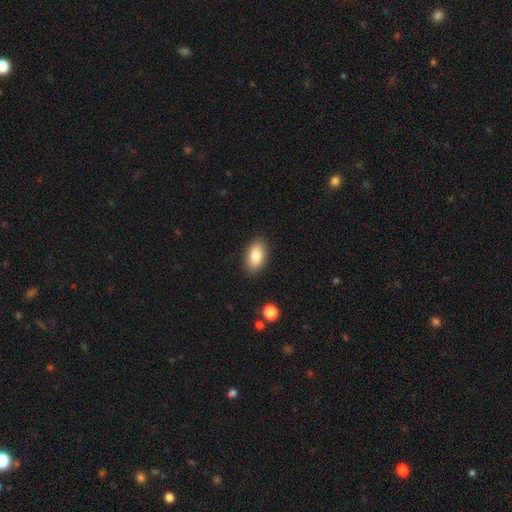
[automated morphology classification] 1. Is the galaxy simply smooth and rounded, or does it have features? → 83% smooth, 10% featured or disk, 7% star or artifact.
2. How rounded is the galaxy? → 92% in between, 5% round, 3% cigar-shaped.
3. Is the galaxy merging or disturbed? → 87% none, 9% minor disturbance, 2% major disturbance, 1% merger.